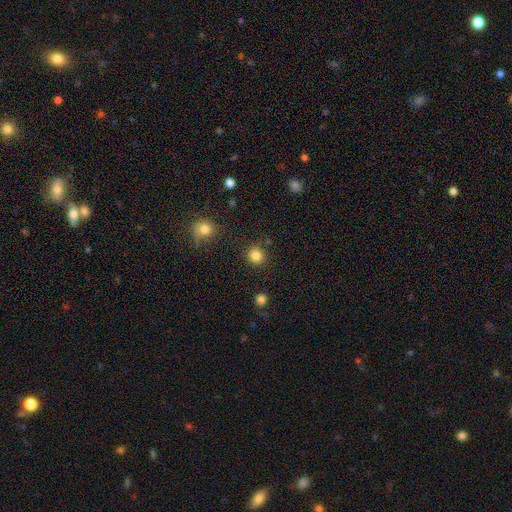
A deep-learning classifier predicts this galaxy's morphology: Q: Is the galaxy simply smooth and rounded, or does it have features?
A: smooth — 83%.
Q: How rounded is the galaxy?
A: round — 91%.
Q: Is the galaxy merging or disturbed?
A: none — 88%.